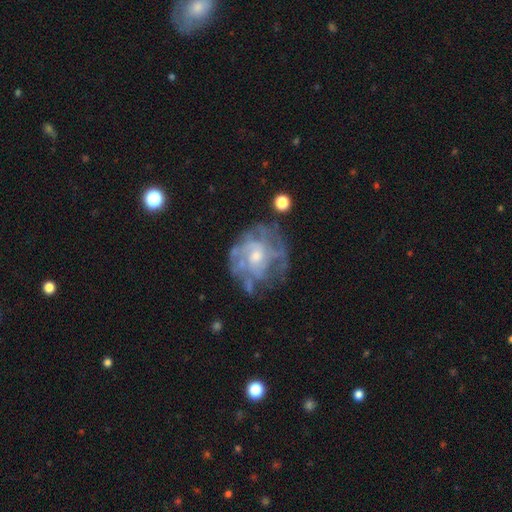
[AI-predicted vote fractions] Smooth or featured?
  - featured or disk: 74% *
  - smooth: 17%
  - star or artifact: 9%
Edge-on disk?
  - no: 97% *
  - yes: 3%
Bar?
  - no: 75% *
  - weak: 22%
  - strong: 4%
Spiral arms?
  - yes: 61% *
  - no: 39%
Bulge size?
  - moderate: 50% *
  - small: 42%
  - none: 4%
  - large: 4%
  - dominant: 1%
Merging?
  - none: 60% *
  - minor disturbance: 20%
  - major disturbance: 17%
  - merger: 3%